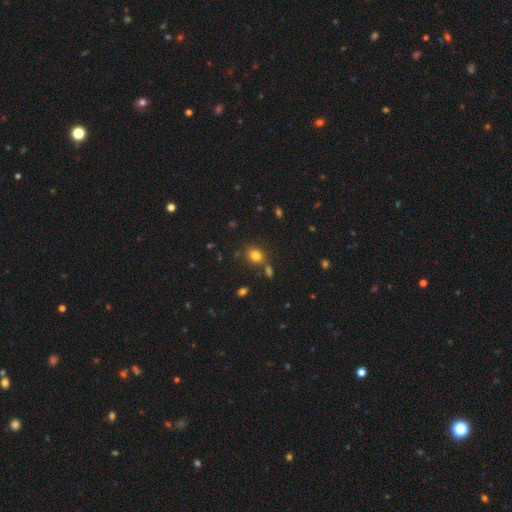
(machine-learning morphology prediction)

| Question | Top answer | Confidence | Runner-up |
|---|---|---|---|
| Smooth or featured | smooth | 79% | star or artifact (13%) |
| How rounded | round | 55% | in between (44%) |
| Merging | none | 73% | merger (12%) |